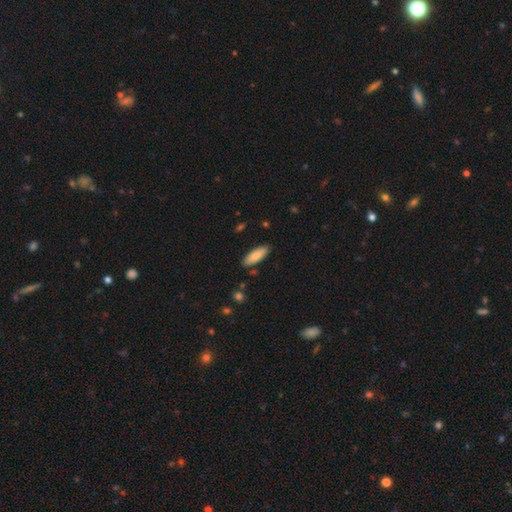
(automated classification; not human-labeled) This appears to be a smooth galaxy with no disk features (85%) that is in between round and cigar-shaped (63%). Merging: none (86%).